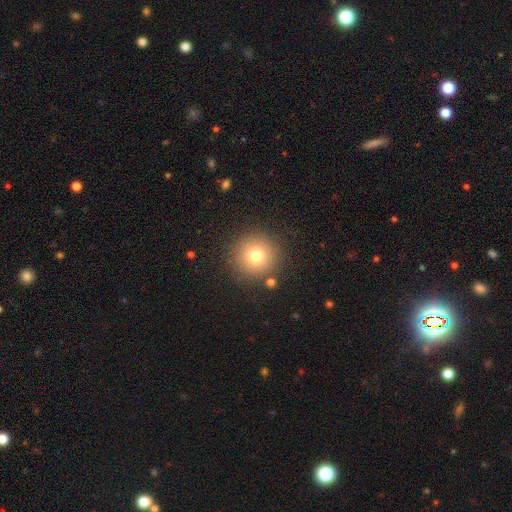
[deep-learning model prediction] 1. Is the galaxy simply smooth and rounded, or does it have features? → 75% smooth, 14% star or artifact, 11% featured or disk.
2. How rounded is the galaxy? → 95% round, 4% in between, 1% cigar-shaped.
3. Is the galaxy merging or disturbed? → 86% none, 7% minor disturbance, 3% merger, 3% major disturbance.